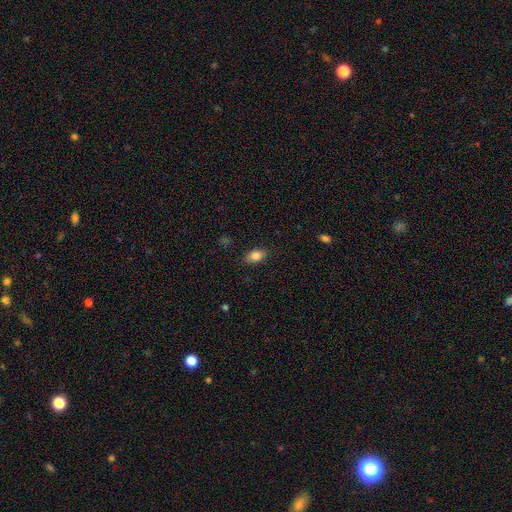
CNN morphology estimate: smooth_or_featured: smooth (p=0.83) [alt: star or artifact p=0.09]
how_rounded: in between (p=0.87) [alt: round p=0.10]
merging: none (p=0.85) [alt: minor disturbance p=0.11]